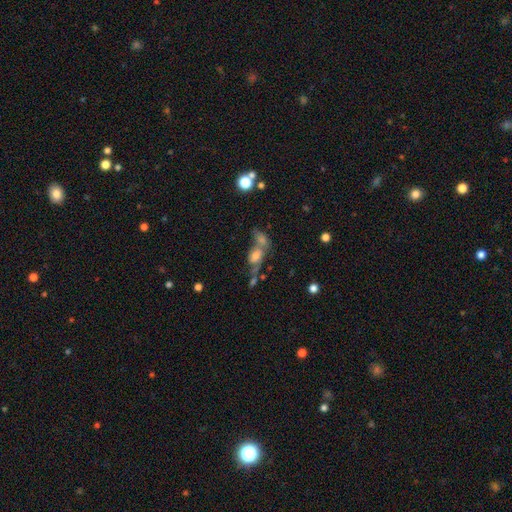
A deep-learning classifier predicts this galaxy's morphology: Smooth or featured?
  - smooth: 51% *
  - featured or disk: 32%
  - star or artifact: 17%
How rounded?
  - in between: 76% *
  - round: 18%
  - cigar-shaped: 6%
Merging?
  - merger: 56% *
  - none: 23%
  - major disturbance: 11%
  - minor disturbance: 10%